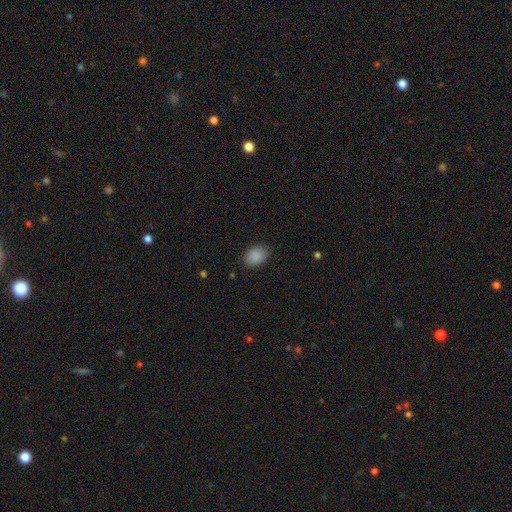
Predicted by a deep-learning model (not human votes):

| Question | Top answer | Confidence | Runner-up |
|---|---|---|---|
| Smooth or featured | smooth | 88% | star or artifact (8%) |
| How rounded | in between | 68% | round (31%) |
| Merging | none | 84% | minor disturbance (12%) |